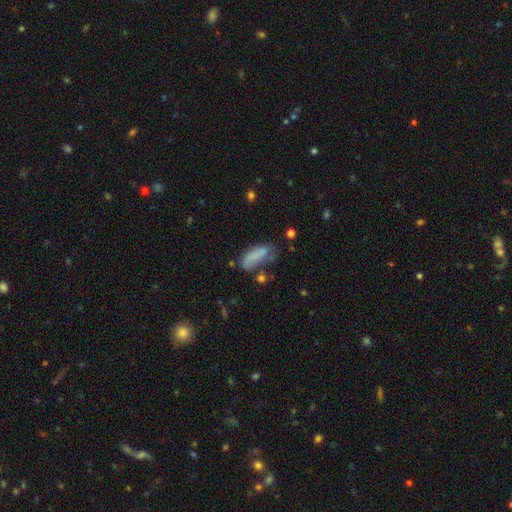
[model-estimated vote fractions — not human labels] Smooth or featured: smooth — 70% (featured or disk — 20%)
How rounded: in between — 73% (cigar-shaped — 24%)
Merging: none — 40% (minor disturbance — 29%)